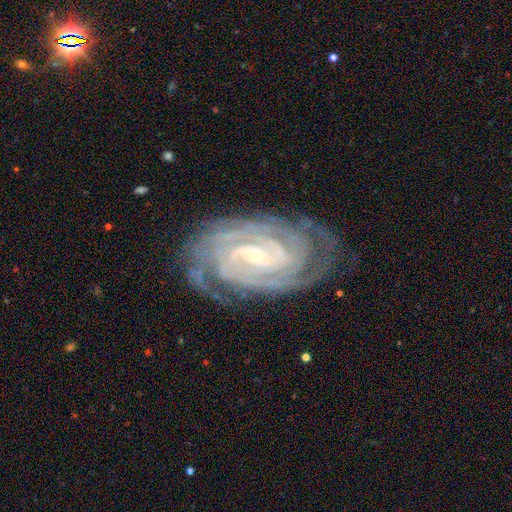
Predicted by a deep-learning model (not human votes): The model was most divided on "bar": weak: 38%, no: 35%, strong: 27%. Remaining: spiral arms — yes (99%); edge-on disk — no (96%); smooth or featured — featured or disk (92%); spiral winding — tight (83%); bulge size — small (81%); merging — none (77%); spiral arm count — 2 (25%).